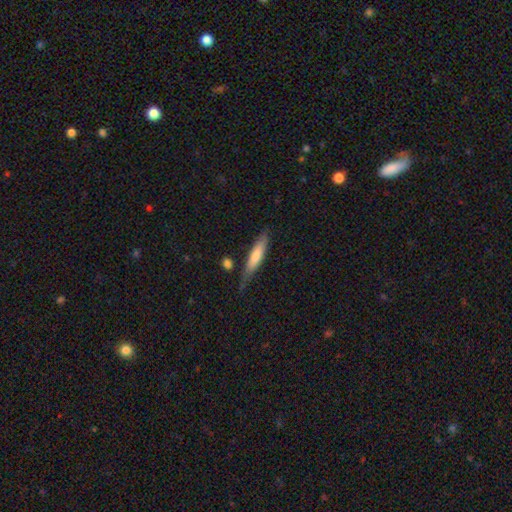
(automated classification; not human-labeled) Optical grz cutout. It shows a smooth galaxy with no disk features (64%) that is cigar-shaped (85%). Merging: none (67%).